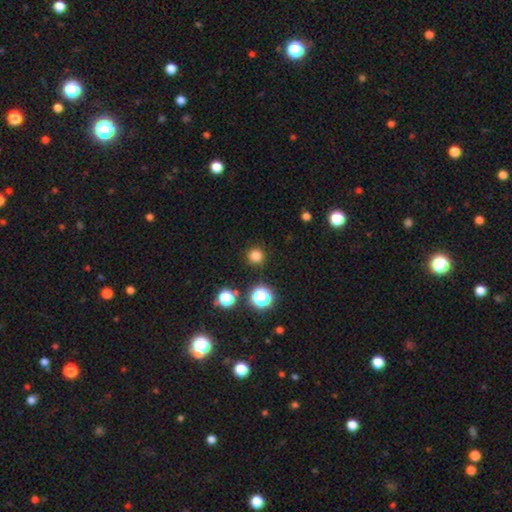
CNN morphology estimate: Q: Smooth or featured?
A: smooth (78%); runner-up: star or artifact (18%)
Q: How rounded?
A: round (95%); runner-up: in between (4%)
Q: Merging?
A: none (90%); runner-up: minor disturbance (6%)